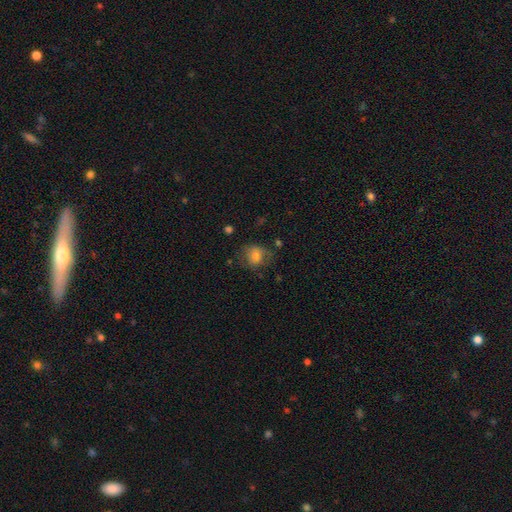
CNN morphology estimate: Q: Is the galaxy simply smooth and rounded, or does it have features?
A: smooth — 71%.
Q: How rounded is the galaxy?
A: round — 65%.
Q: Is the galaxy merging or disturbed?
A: none — 58%.